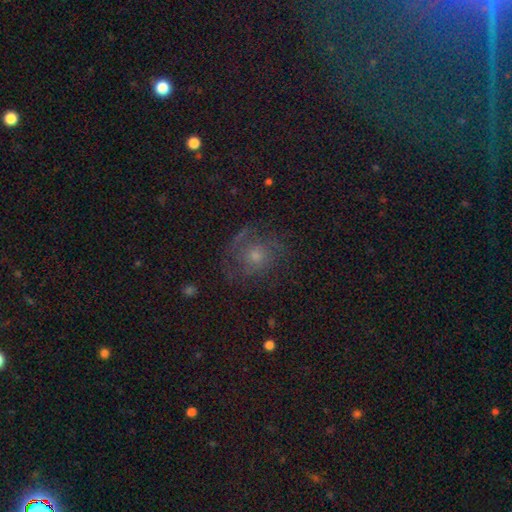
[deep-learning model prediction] smooth-or-featured: featured or disk: 49% | smooth: 34% | star or artifact: 17%
  merging: none: 63% | minor disturbance: 19% | major disturbance: 16% | merger: 2%